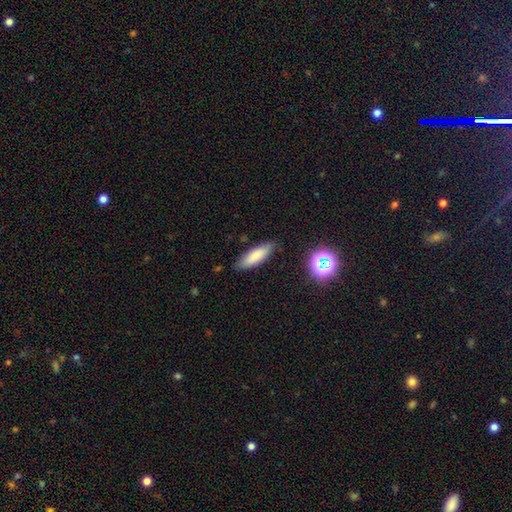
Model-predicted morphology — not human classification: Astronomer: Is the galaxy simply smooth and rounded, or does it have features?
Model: smooth — 82%.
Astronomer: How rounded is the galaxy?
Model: in between — 53% (runner-up: cigar-shaped, 46%).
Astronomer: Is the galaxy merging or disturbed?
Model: none — 83%.